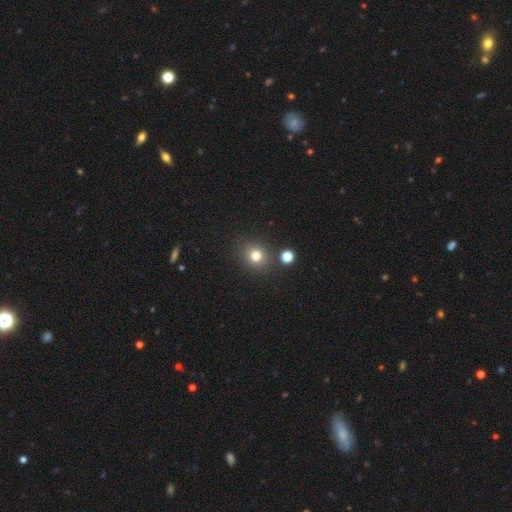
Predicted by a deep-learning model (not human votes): This is likely a smooth galaxy (78%). How rounded: likely round (78%). Merging: clearly none (81%).